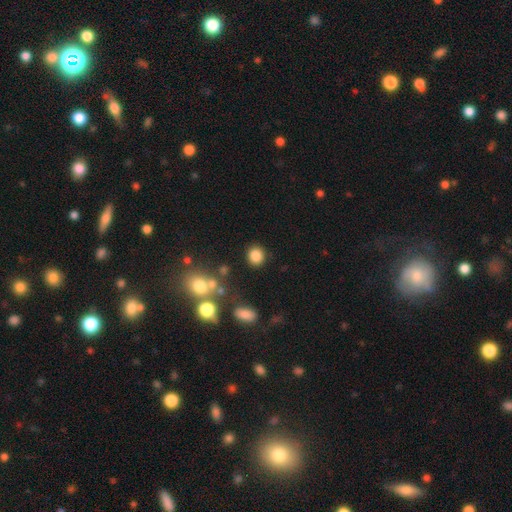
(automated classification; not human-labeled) This is clearly a smooth galaxy (84%). How rounded: clearly round (81%). Merging: clearly none (86%).